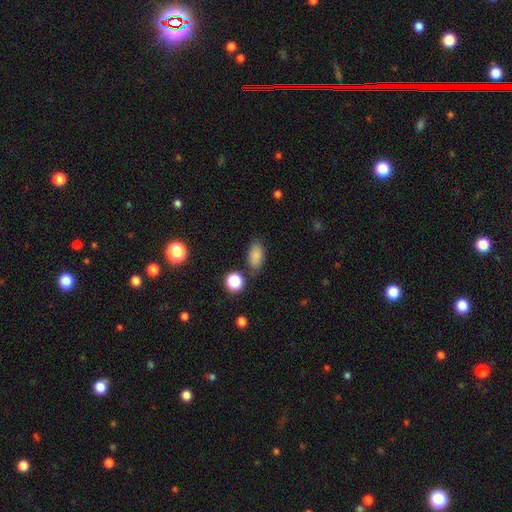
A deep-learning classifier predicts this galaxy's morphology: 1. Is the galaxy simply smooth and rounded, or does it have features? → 84% smooth, 10% star or artifact, 6% featured or disk.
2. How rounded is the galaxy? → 89% in between, 8% round, 3% cigar-shaped.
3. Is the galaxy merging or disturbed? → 80% none, 12% minor disturbance, 4% merger, 3% major disturbance.